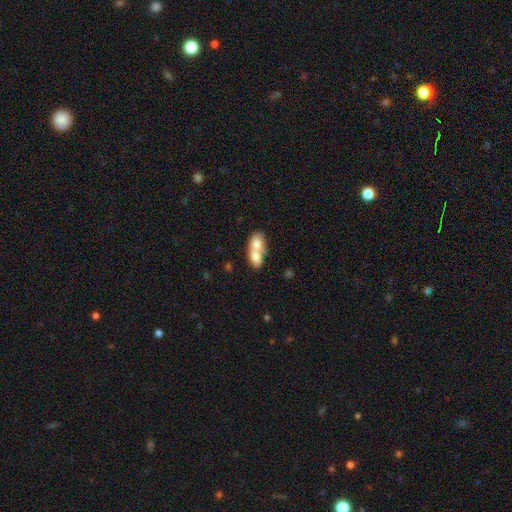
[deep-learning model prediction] Morphology: type=smooth (72%); roundness=in between (76%); merging=merger (78%).